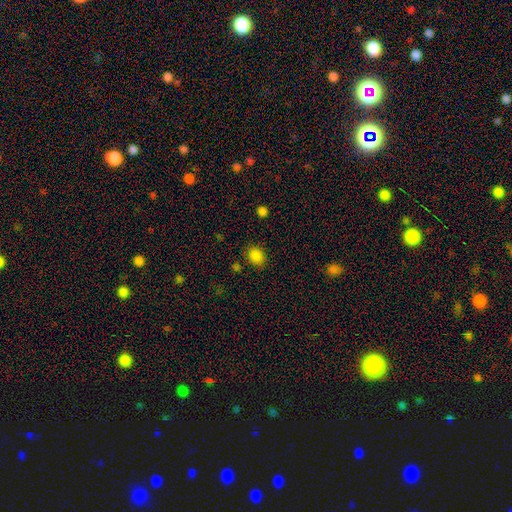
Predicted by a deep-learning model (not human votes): The model was most divided on "how rounded": round: 50%, in between: 49%, cigar-shaped: 1%. More confident: smooth or featured — smooth (84%); merging — none (81%).